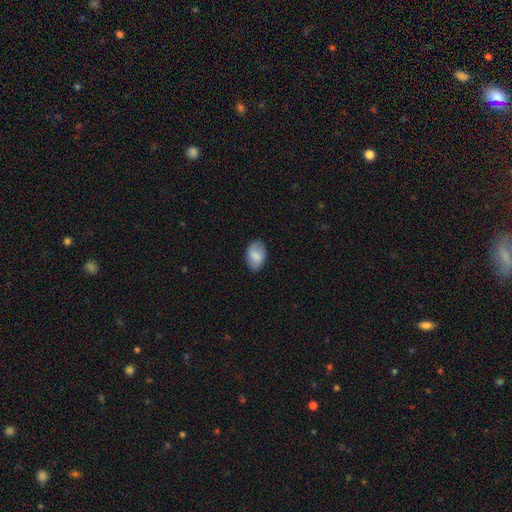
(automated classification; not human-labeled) A smooth galaxy with no disk features (78%) that is in between round and cigar-shaped (89%). Merging: none (85%).